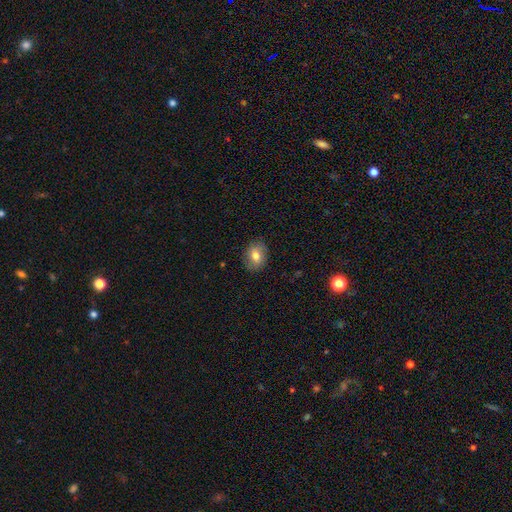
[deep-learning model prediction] A smooth galaxy with no disk features (74%) that is in between round and cigar-shaped (57%). Merging: none (86%).